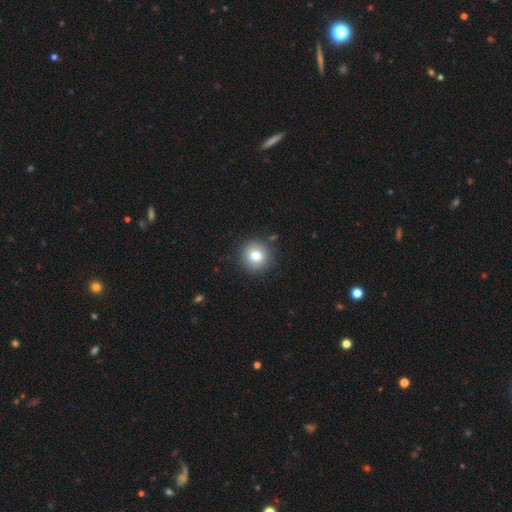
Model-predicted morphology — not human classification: This is likely a smooth galaxy (77%). How rounded: clearly round (94%). Merging: clearly none (89%).